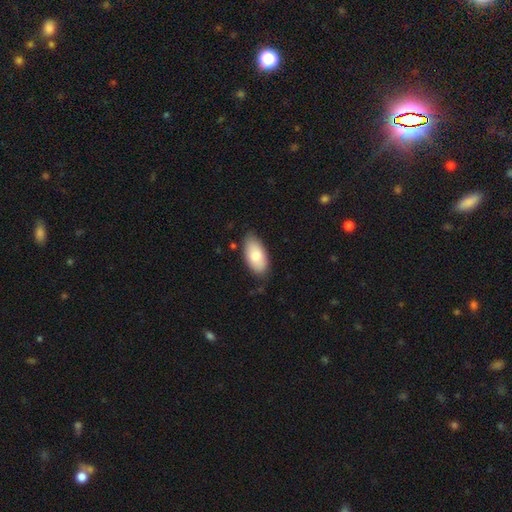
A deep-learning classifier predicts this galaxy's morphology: Smooth or featured? Predicted: smooth (p=0.76). How rounded? Predicted: in between (p=0.94). Merging? Predicted: none (p=0.80).